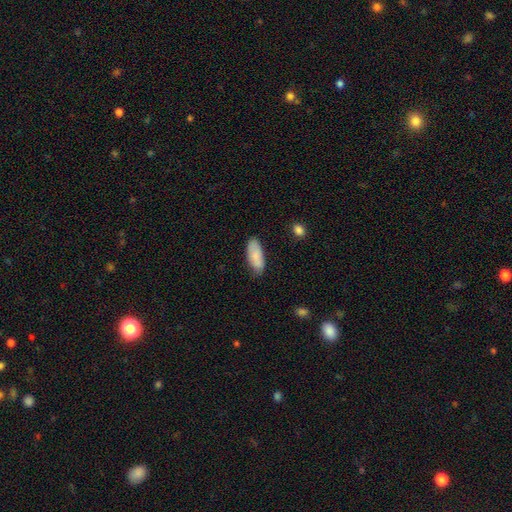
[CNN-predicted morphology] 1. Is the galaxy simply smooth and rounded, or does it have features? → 86% smooth, 8% featured or disk, 6% star or artifact.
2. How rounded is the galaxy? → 83% in between, 15% cigar-shaped, 2% round.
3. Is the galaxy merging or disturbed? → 74% none, 21% minor disturbance, 4% major disturbance, 2% merger.